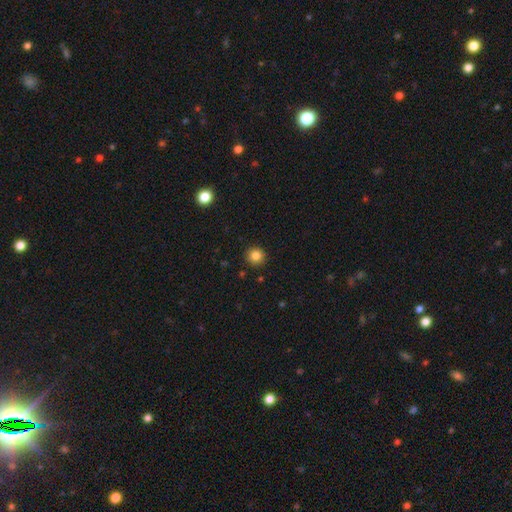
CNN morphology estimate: A smooth galaxy with no disk features (83%) that is round (93%).

Vote fractions:
- Smooth or featured? smooth: 83% / star or artifact: 11% / featured or disk: 6%
- How rounded? round: 93% / in between: 6% / cigar-shaped: 1%
- Merging? none: 92% / minor disturbance: 5% / major disturbance: 2% / merger: 1%